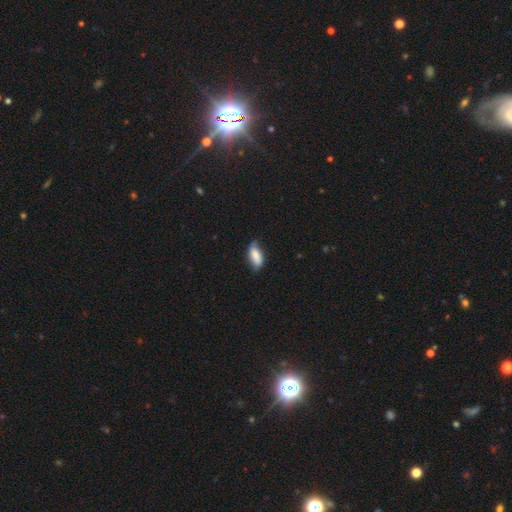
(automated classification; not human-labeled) This appears to be a smooth galaxy with no disk features (76%) that is in between round and cigar-shaped (86%). Merging: none (60%).